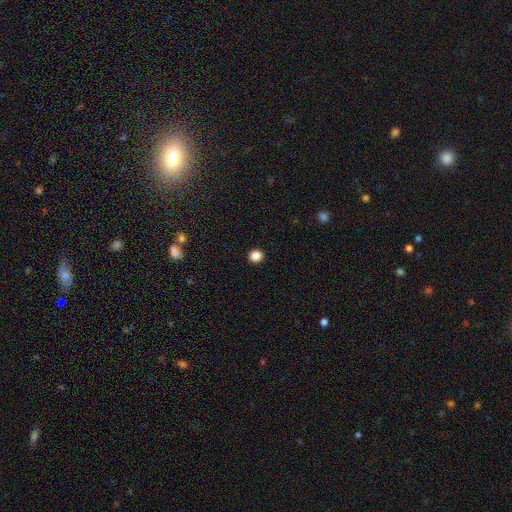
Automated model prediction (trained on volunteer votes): The model was most divided on "smooth or featured": smooth: 86%, star or artifact: 11%, featured or disk: 3%. More confident: merging — none (93%); how rounded — round (92%).